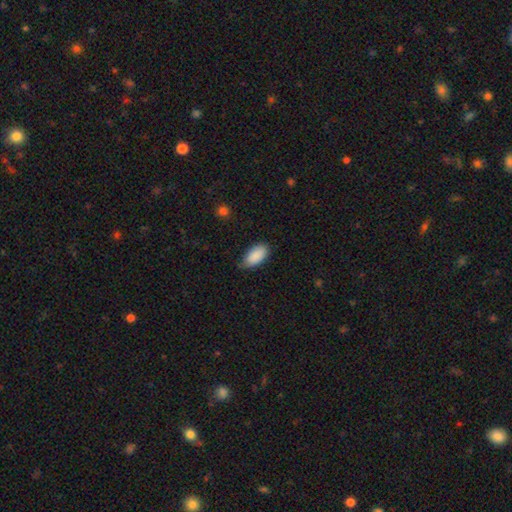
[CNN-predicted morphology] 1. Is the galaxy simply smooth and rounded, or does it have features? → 90% smooth, 6% star or artifact, 4% featured or disk.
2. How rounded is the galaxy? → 94% in between, 3% cigar-shaped, 2% round.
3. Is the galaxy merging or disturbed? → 69% none, 26% minor disturbance, 4% major disturbance, 1% merger.